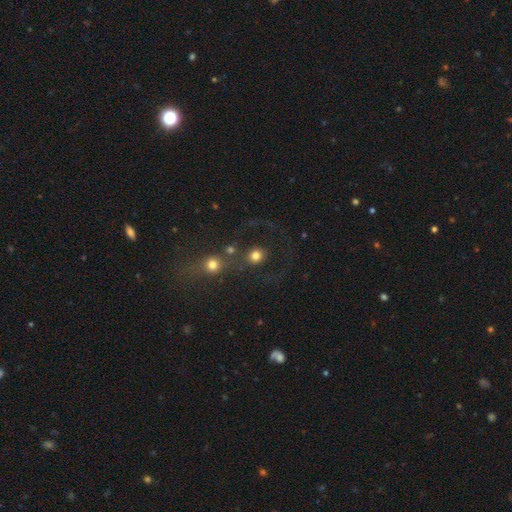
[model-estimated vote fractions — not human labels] Overall: smooth (74%). How rounded: round (89%). Merging: none (55%; merger 25%).